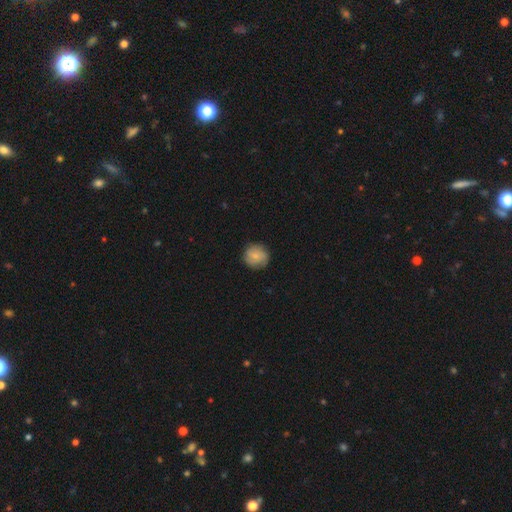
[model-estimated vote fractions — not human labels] smooth-or-featured: smooth: 73% | featured or disk: 20% | star or artifact: 8%
  how-rounded: round: 88% | in between: 11% | cigar-shaped: 1%
  merging: none: 83% | minor disturbance: 13% | major disturbance: 3% | merger: 1%